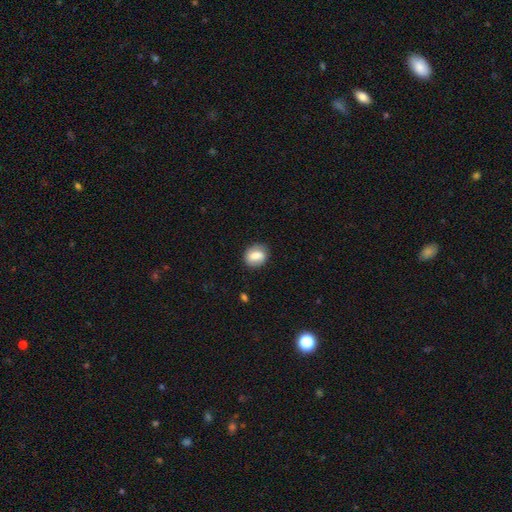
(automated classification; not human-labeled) Smooth or featured? smooth (71%)
How rounded? round (53%)
Merging? none (77%)